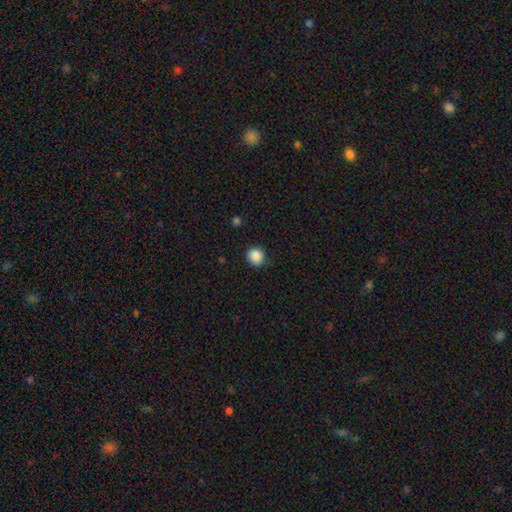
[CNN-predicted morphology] Smooth or featured: smooth — 88% (star or artifact — 9%)
How rounded: round — 90% (in between — 9%)
Merging: none — 82% (minor disturbance — 14%)